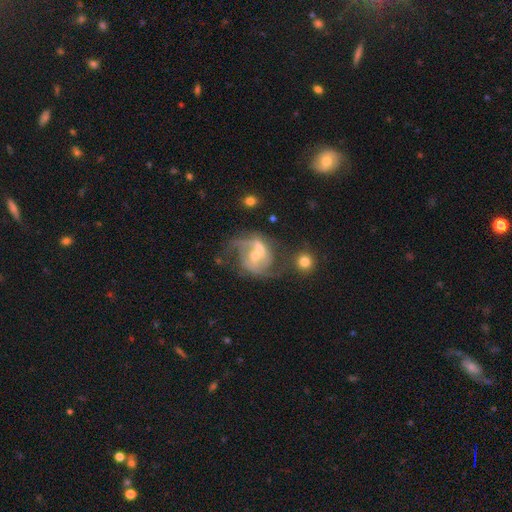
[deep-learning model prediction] The model was most divided on "merging": merger: 35%, none: 34%, major disturbance: 17%, minor disturbance: 14%. Remaining: edge-on disk — no (97%); spiral arms — yes (87%); smooth or featured — featured or disk (79%); spiral arm count — 2 (74%); bulge size — moderate (47%); spiral winding — medium (44%); bar — no (42%).